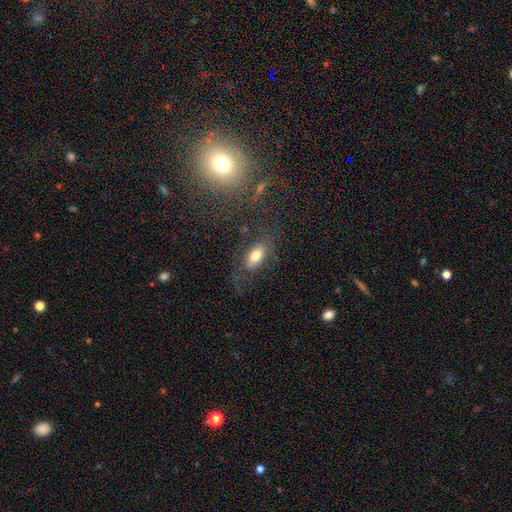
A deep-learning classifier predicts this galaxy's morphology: smooth 71%, featured or disk 20%, star or artifact 9%. Down the decision tree: how rounded — in between (86%); merging — none (69%).